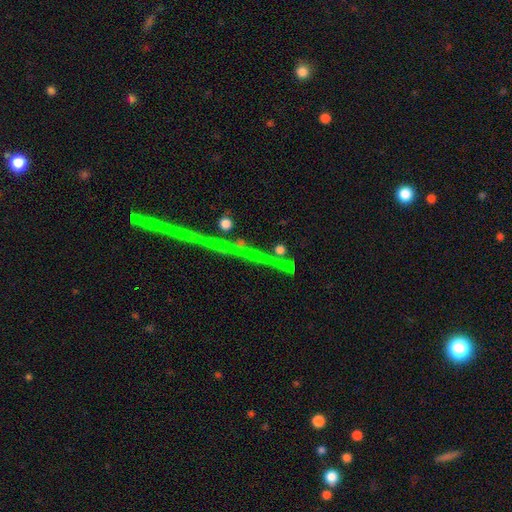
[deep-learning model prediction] star or artifact 70%, featured or disk 18%, smooth 12%.